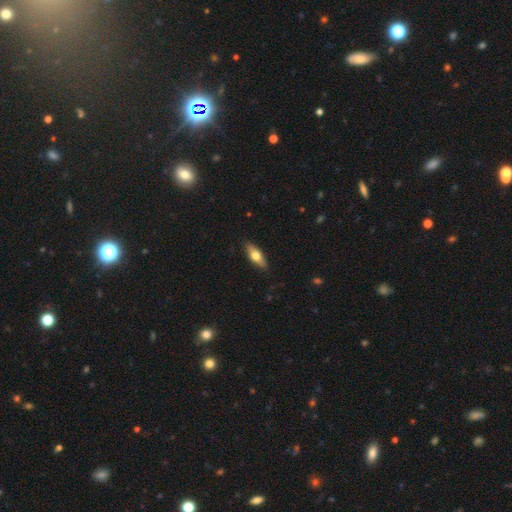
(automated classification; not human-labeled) Smooth or featured? Predicted: smooth (p=0.58). How rounded? Predicted: in between (p=0.64). Merging? Predicted: none (p=0.87).